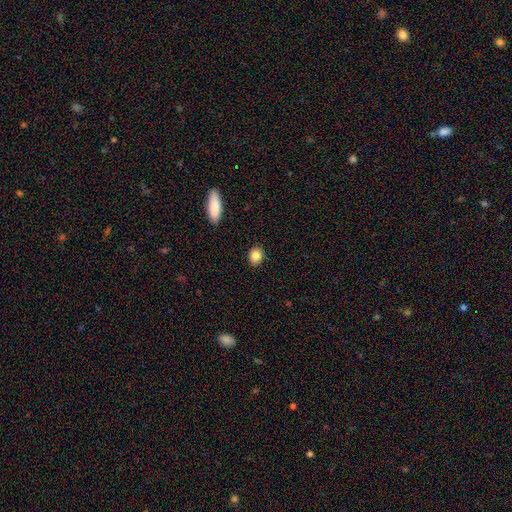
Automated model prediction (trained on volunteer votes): This appears to be a smooth galaxy with no disk features (85%) that is round (53%). Merging: none (89%).